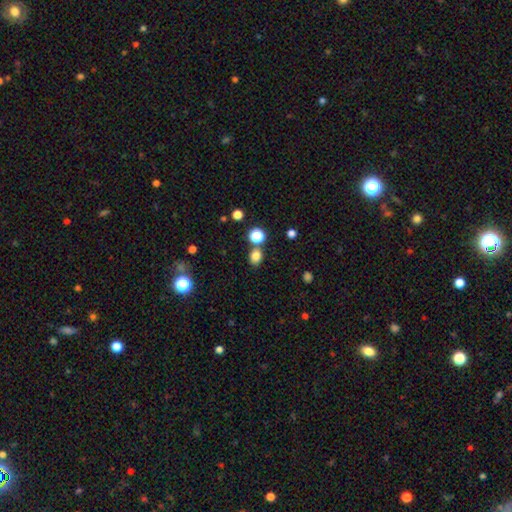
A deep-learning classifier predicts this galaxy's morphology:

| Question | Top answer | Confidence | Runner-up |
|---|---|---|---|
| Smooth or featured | smooth | 79% | star or artifact (15%) |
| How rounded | round | 56% | in between (43%) |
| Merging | none | 73% | merger (13%) |